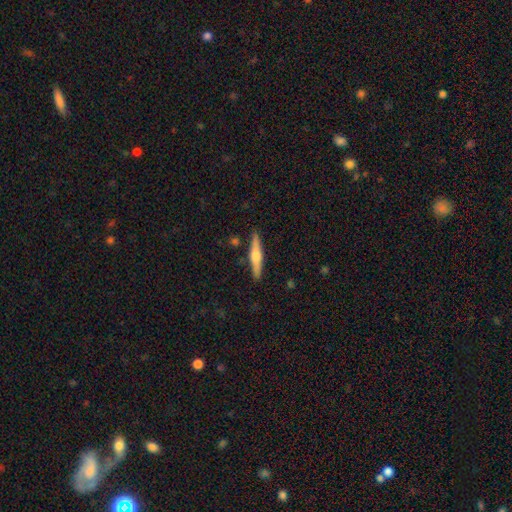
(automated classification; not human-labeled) featured or disk 60%, smooth 34%, star or artifact 6%. Down the decision tree: edge-on disk — yes (97%); edge-on bulge — rounded (88%); merging — none (89%).